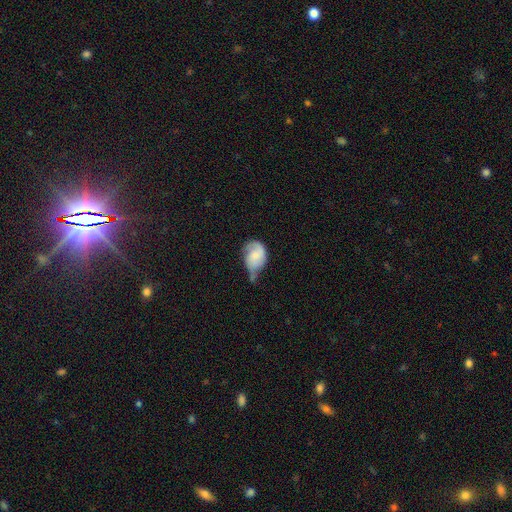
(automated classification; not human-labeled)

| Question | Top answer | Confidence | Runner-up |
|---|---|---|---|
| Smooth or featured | smooth | 52% | featured or disk (41%) |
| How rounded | in between | 66% | round (33%) |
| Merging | minor disturbance | 39% | major disturbance (27%) |